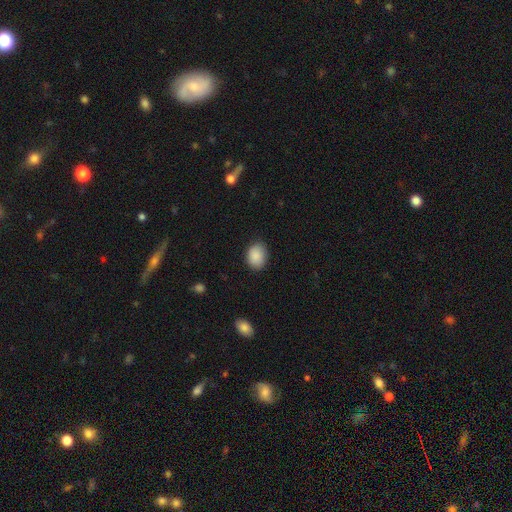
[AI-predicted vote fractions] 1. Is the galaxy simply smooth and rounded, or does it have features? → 89% smooth, 7% star or artifact, 4% featured or disk.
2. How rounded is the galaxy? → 56% in between, 43% round, 1% cigar-shaped.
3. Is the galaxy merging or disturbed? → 82% none, 14% minor disturbance, 3% major disturbance, 1% merger.